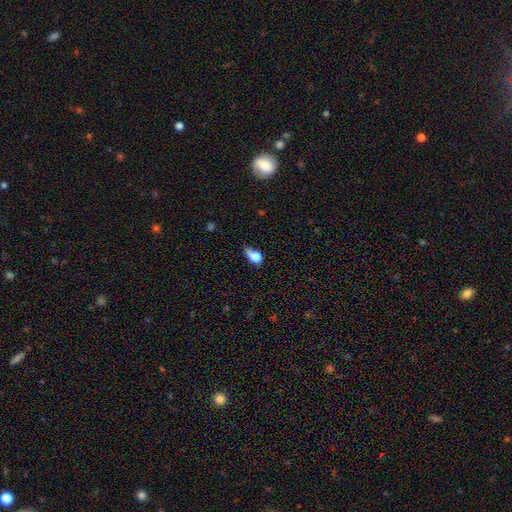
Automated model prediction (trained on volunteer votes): This is likely a smooth galaxy (79%). How rounded: likely in between (71%). Merging: marginally minor disturbance (36%).